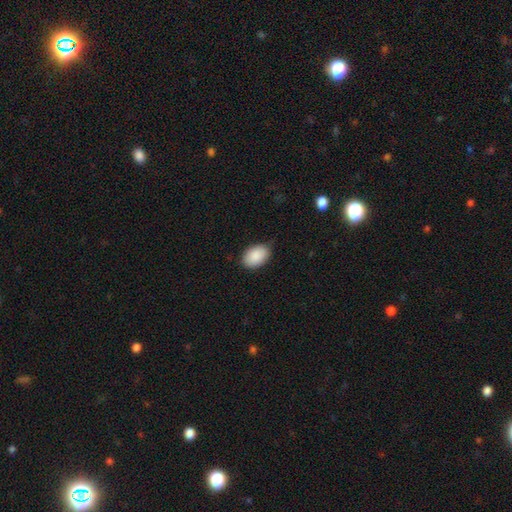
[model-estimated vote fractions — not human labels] Morphology: type=smooth (90%); roundness=in between (90%); merging=none (79%).